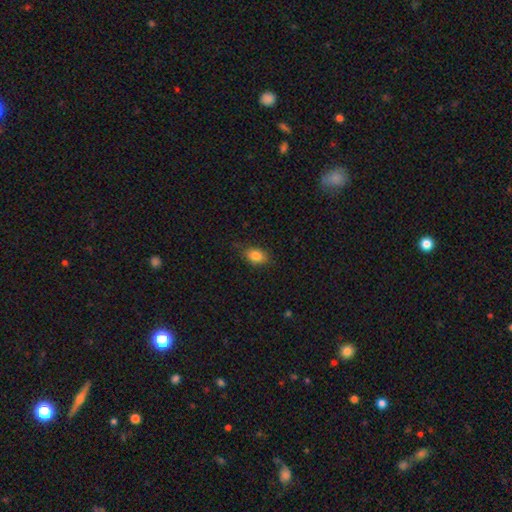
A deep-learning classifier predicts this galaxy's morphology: Q: Smooth or featured?
A: smooth (84%); runner-up: star or artifact (9%)
Q: How rounded?
A: in between (82%); runner-up: round (16%)
Q: Merging?
A: none (79%); runner-up: minor disturbance (17%)